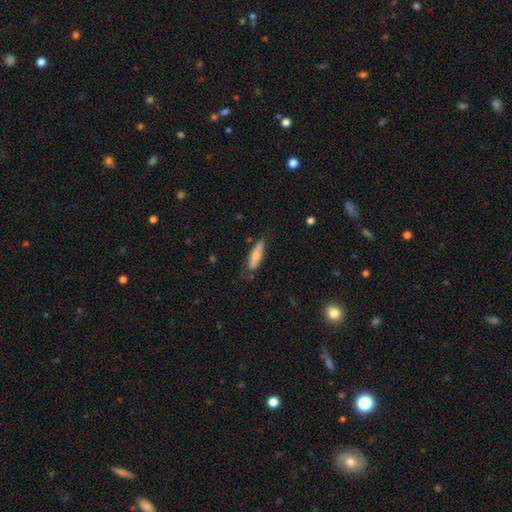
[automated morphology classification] Smooth or featured? Predicted: smooth (p=0.59). How rounded? Predicted: cigar-shaped (p=0.57). Merging? Predicted: none (p=0.69).